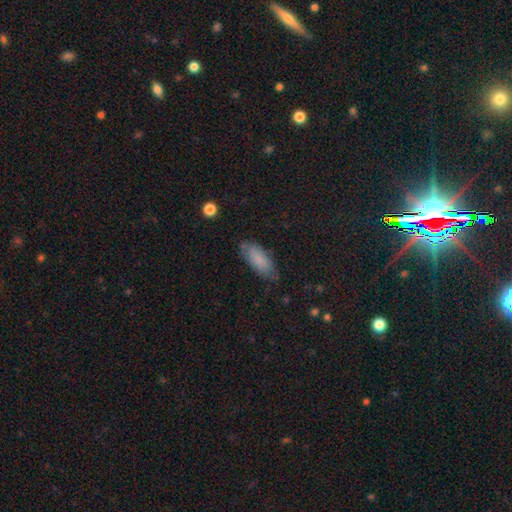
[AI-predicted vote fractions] smooth-or-featured: smooth: 77% | featured or disk: 13% | star or artifact: 10%
  how-rounded: in between: 79% | cigar-shaped: 19% | round: 2%
  merging: none: 74% | minor disturbance: 20% | major disturbance: 4% | merger: 2%